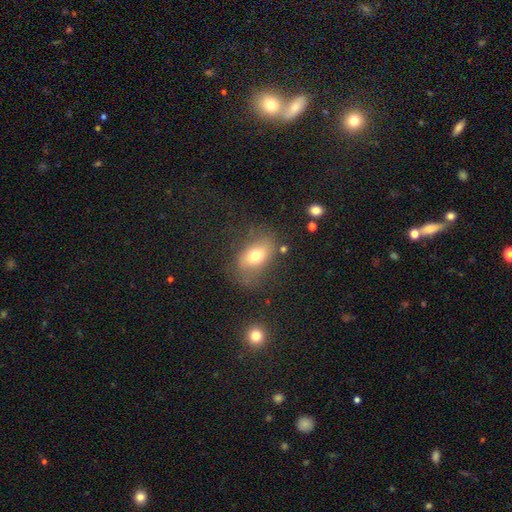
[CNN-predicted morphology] type=smooth (66%); roundness=in between (77%); merging=none (65%).